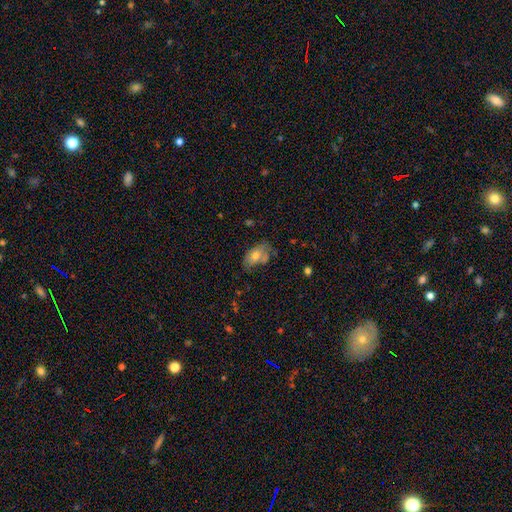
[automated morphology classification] Smooth or featured: smooth — 64% (featured or disk — 27%)
How rounded: in between — 90% (round — 8%)
Merging: none — 52% (minor disturbance — 29%)